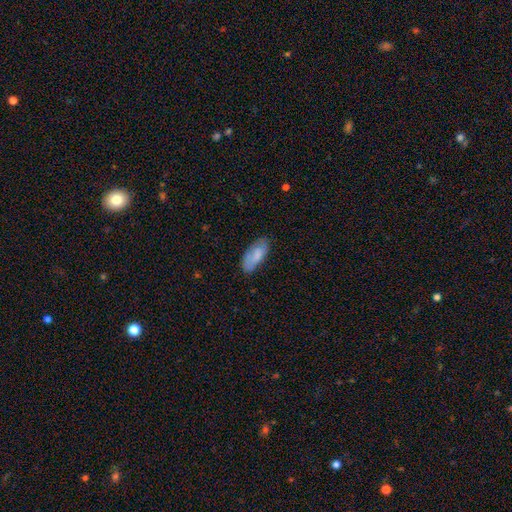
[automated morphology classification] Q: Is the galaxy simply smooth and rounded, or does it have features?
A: smooth — 78%.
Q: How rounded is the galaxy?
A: in between — 85%.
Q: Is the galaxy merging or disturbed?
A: none — 70%.